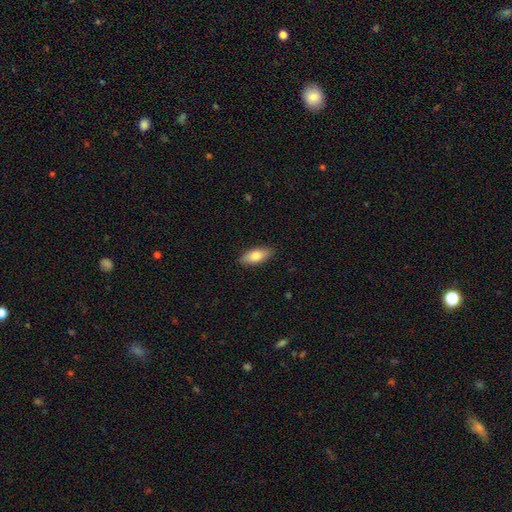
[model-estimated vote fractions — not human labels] smooth_or_featured: smooth (p=0.77) [alt: featured or disk p=0.17]
how_rounded: in between (p=0.80) [alt: cigar-shaped p=0.18]
merging: none (p=0.88) [alt: minor disturbance p=0.09]